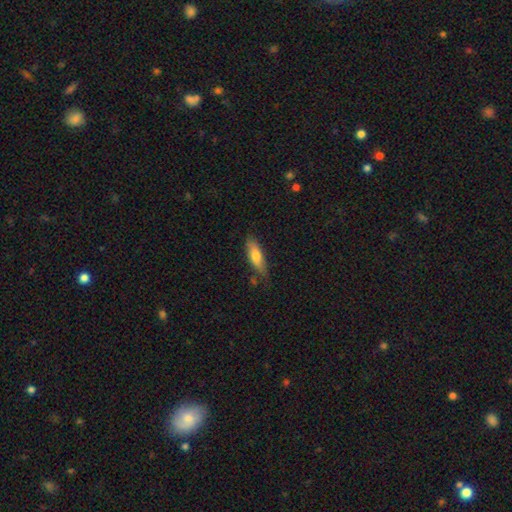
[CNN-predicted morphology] smooth 74%, featured or disk 20%, star or artifact 6%. Down the decision tree: how rounded — cigar-shaped (51%); merging — none (74%).